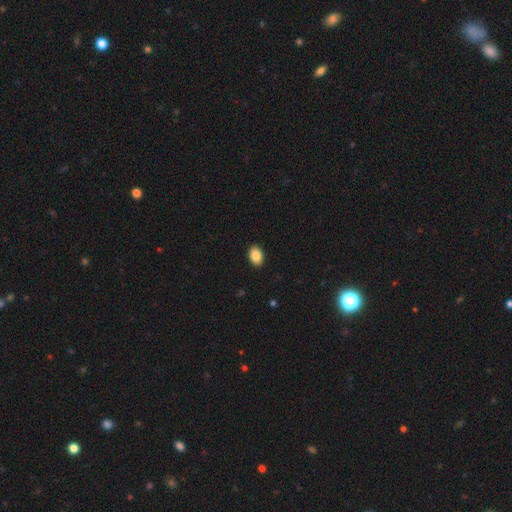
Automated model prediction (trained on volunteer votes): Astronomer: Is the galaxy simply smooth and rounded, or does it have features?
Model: smooth — 87%.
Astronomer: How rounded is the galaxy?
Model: in between — 84%.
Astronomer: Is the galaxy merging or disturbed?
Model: none — 91%.